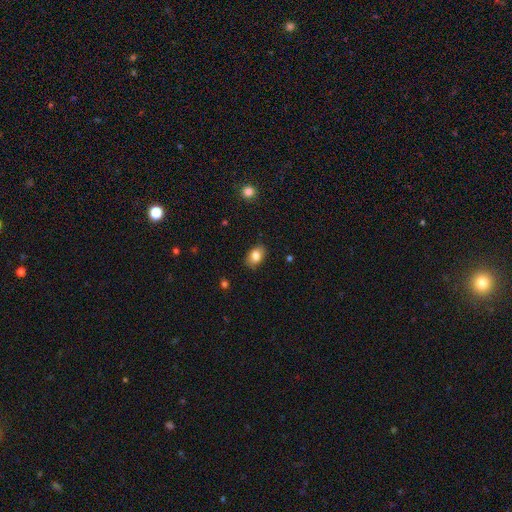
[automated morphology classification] This appears to be a smooth galaxy with no disk features (83%) that is in between round and cigar-shaped (84%). Merging: none (85%).